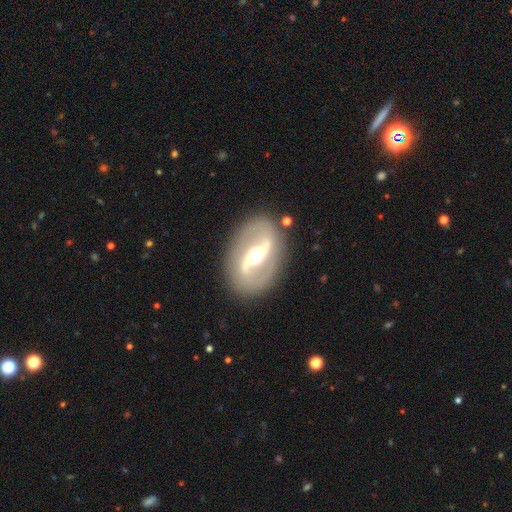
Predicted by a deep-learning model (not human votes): This appears to be a featured or disk galaxy (85%) with a strong bar (60%), 2 (91%) loose (49%) spiral arms (78%) and a moderate central bulge (70%). Merging: none (85%).